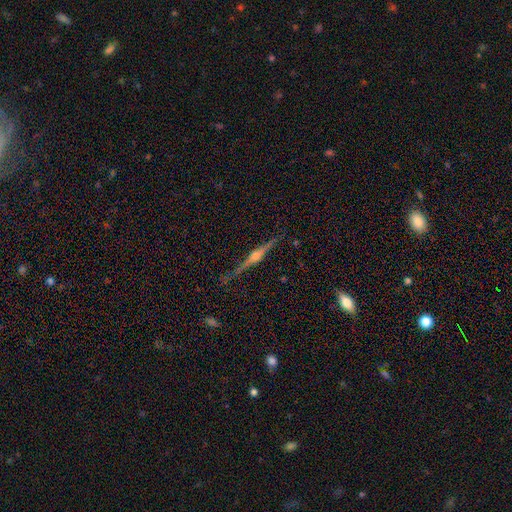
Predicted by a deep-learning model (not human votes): Overall: featured or disk (84%). Edge-on disk: yes (98%). Edge-on bulge: rounded (91%). Merging: none (87%).